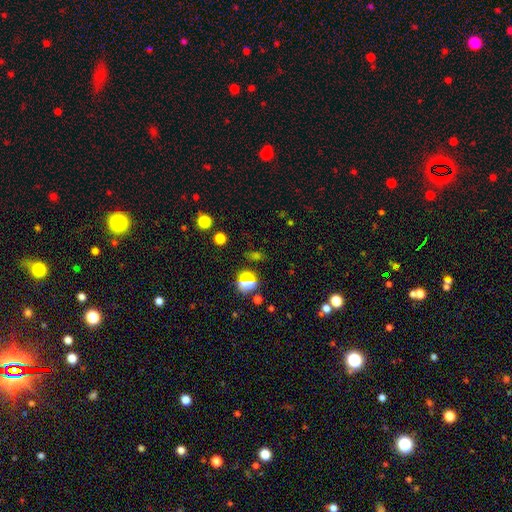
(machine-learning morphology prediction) A star or artifact, not a galaxy (53%).

Vote fractions:
- Smooth or featured? star or artifact: 53% / smooth: 38% / featured or disk: 9%